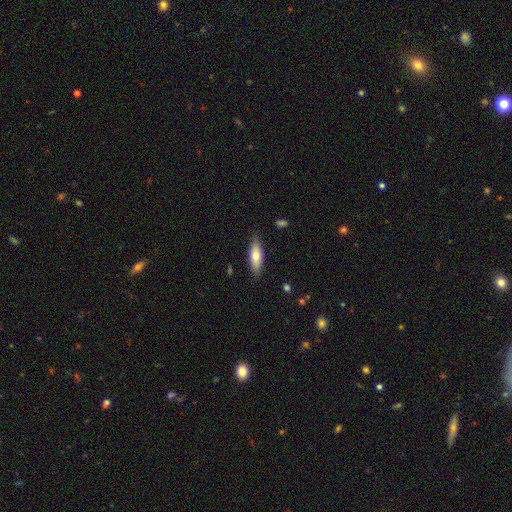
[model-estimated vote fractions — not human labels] A smooth galaxy with no disk features (68%) that is in between round and cigar-shaped (50%).

Vote fractions:
- Smooth or featured? smooth: 68% / featured or disk: 26% / star or artifact: 6%
- How rounded? in between: 50% / cigar-shaped: 48% / round: 2%
- Merging? none: 85% / minor disturbance: 12% / major disturbance: 2% / merger: 1%